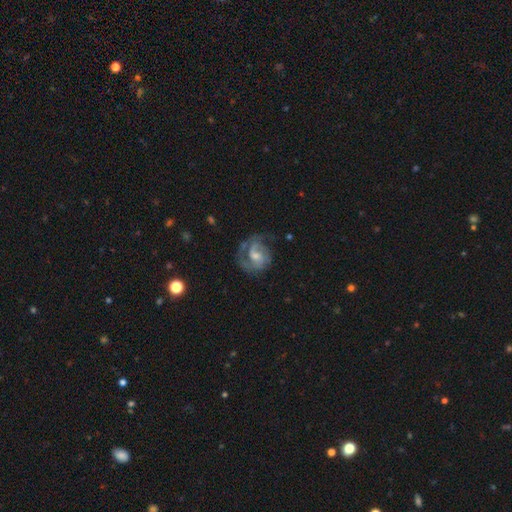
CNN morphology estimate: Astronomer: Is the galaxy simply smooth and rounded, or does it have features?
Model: featured or disk — 78%.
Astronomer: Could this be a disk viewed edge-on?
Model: no — 98%.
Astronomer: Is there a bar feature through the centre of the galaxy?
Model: weak — 47% (runner-up: no, 44%).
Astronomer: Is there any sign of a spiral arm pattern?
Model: yes — 92%.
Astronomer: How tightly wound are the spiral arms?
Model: medium — 48% (runner-up: tight, 35%).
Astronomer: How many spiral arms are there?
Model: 2 — 62%.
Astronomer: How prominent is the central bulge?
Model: moderate — 43% (runner-up: small, 41%).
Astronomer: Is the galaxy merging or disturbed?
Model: none — 56%.